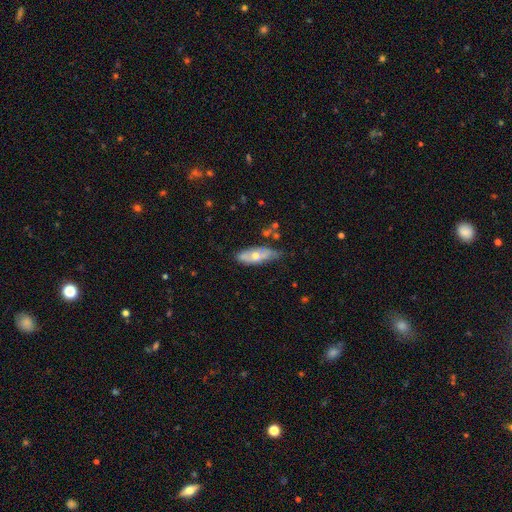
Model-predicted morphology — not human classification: Smooth or featured? Predicted: smooth (p=0.50). How rounded? Predicted: in between (p=0.68). Merging? Predicted: none (p=0.61).